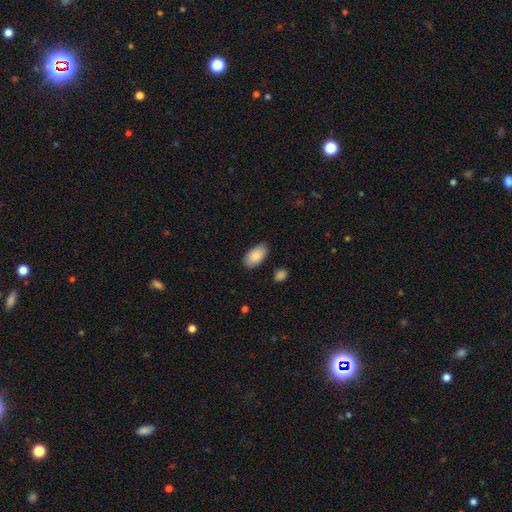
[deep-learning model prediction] The model was most divided on "merging": none: 83%, minor disturbance: 13%, major disturbance: 2%, merger: 2%. More confident: how rounded — in between (95%); smooth or featured — smooth (87%).